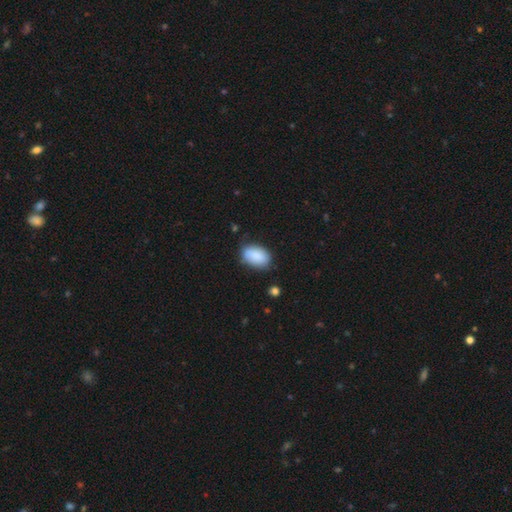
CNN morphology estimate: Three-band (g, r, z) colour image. It shows a smooth galaxy with no disk features (88%) that is in between round and cigar-shaped (91%). Merging: none (75%).